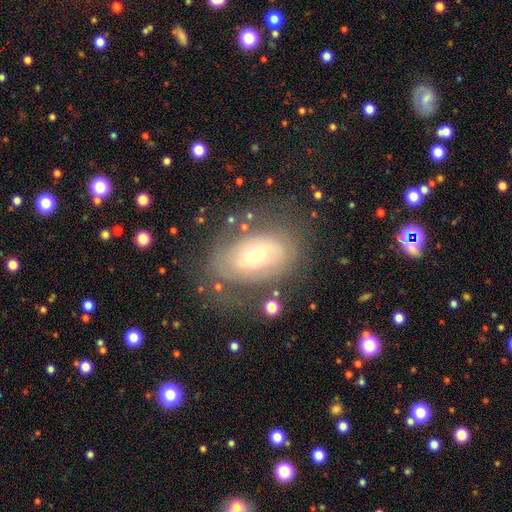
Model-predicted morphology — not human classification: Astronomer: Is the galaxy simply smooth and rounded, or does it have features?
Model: featured or disk — 57% (runner-up: smooth, 34%).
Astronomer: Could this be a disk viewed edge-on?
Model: no — 93%.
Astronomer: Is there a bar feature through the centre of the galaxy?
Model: no — 62%.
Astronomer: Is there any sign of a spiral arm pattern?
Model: yes — 58% (runner-up: no, 42%).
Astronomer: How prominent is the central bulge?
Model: small — 49% (runner-up: moderate, 45%).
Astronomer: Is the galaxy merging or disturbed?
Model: none — 62%.